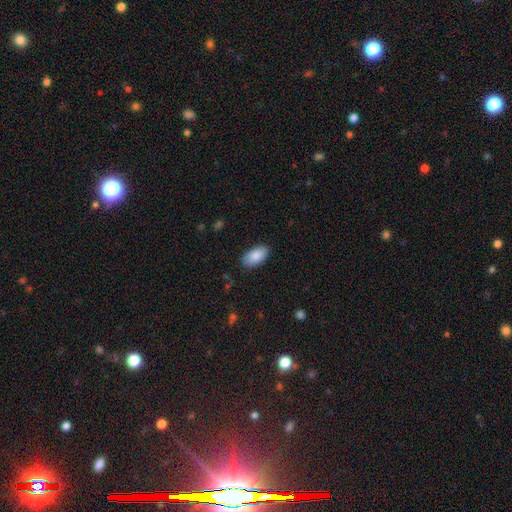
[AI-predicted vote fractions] smooth 88%, star or artifact 6%, featured or disk 6%. Down the decision tree: how rounded — in between (95%); merging — none (87%).